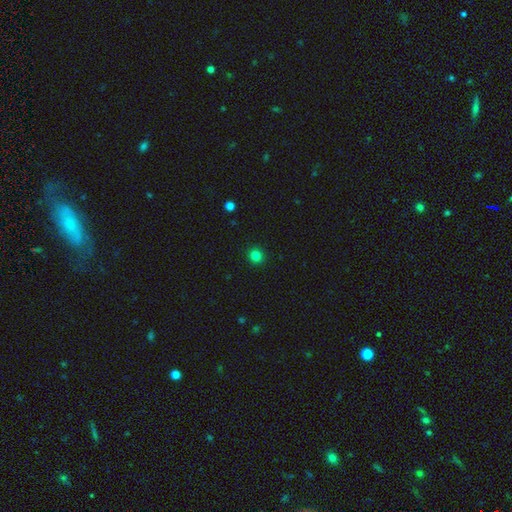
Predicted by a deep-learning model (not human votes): The model was most divided on "smooth or featured": smooth: 82%, star or artifact: 14%, featured or disk: 4%. More confident: how rounded — round (93%); merging — none (93%).